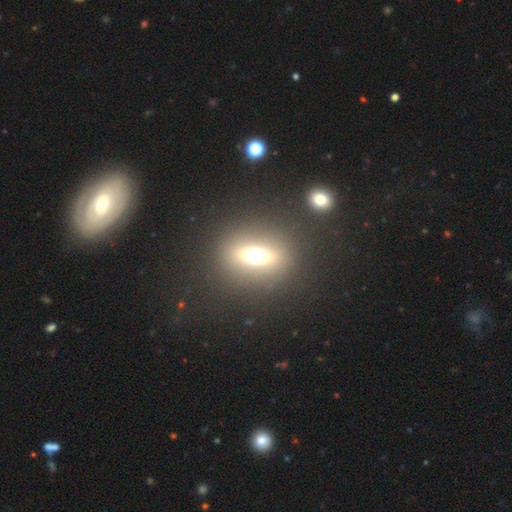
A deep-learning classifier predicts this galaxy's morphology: A smooth galaxy with no disk features (48%). Merging: none (83%).